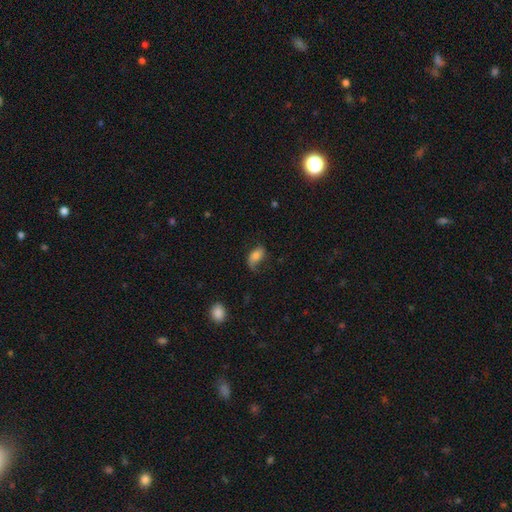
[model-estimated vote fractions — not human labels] smooth 65%, featured or disk 26%, star or artifact 9%. Down the decision tree: how rounded — in between (89%); merging — none (44%).